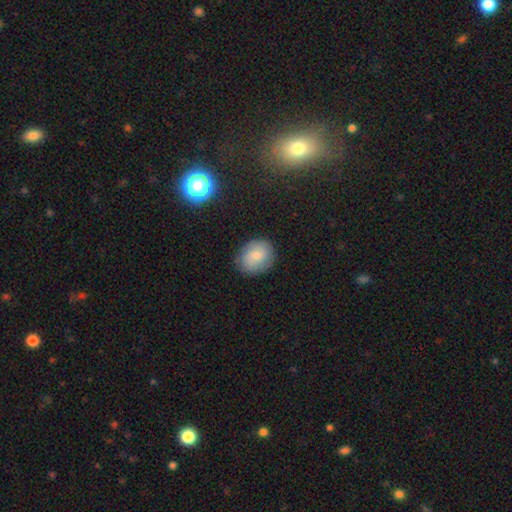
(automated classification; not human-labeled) This appears to be a smooth galaxy with no disk features (76%) that is round (54%). Merging: none (83%).